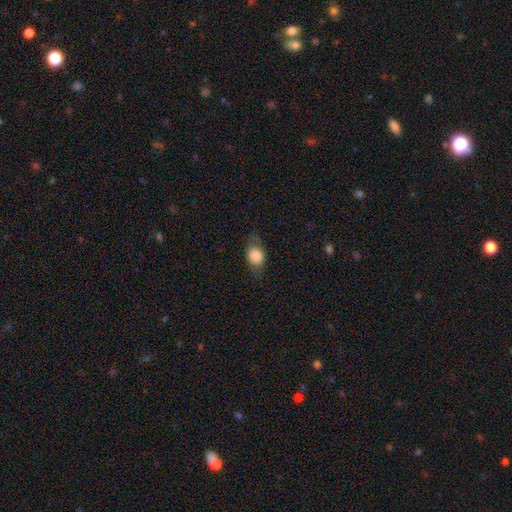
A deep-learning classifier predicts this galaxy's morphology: This appears to be a smooth galaxy with no disk features (74%) that is in between round and cigar-shaped (65%). Merging: none (71%).